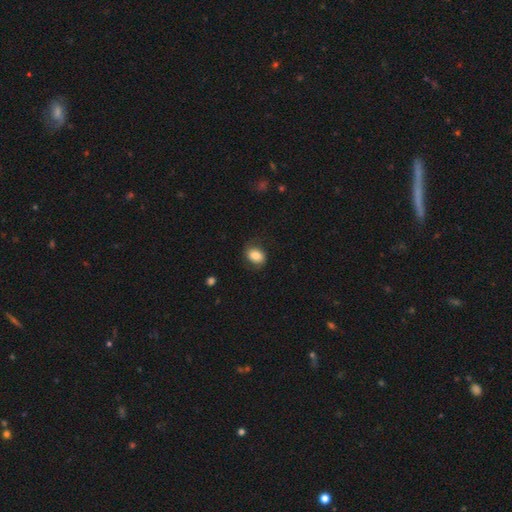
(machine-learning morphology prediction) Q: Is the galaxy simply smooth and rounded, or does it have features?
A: smooth — 81%.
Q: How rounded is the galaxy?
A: in between — 66%.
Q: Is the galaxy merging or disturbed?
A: none — 74%.